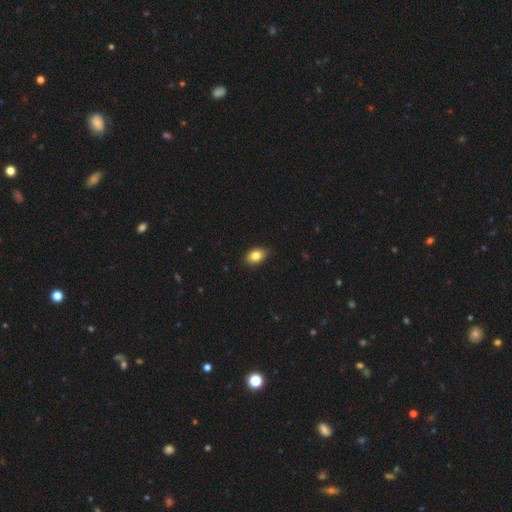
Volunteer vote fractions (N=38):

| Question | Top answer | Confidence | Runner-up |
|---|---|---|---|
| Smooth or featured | smooth | 82% | featured or disk (11%) |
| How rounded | in between | 68% | round (32%) |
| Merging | none | 83% | minor disturbance (11%) |